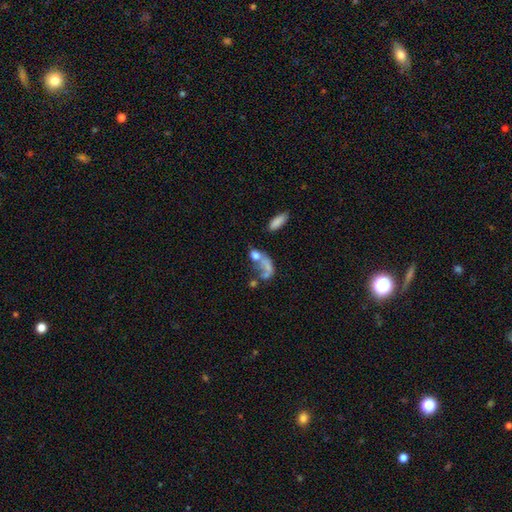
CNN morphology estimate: type=smooth (57%); roundness=in between (70%); merging=merger (46%).